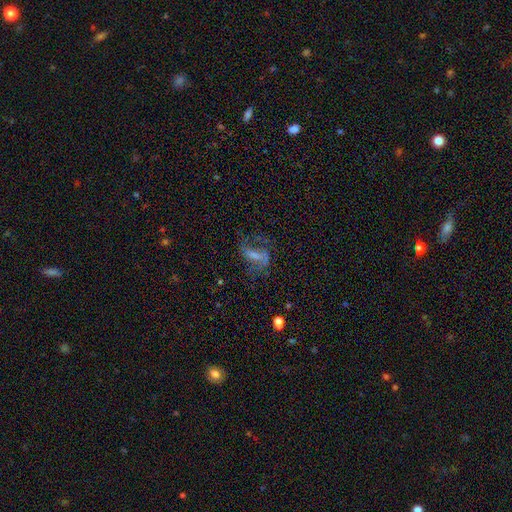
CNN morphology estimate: featured or disk 53%, smooth 31%, star or artifact 16%. Down the decision tree: edge-on disk — no (92%); merging — major disturbance (40%).